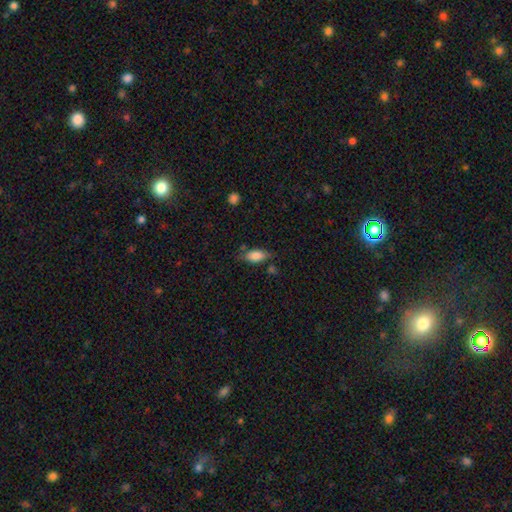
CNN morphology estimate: This appears to be a smooth galaxy with no disk features (80%) that is in between round and cigar-shaped (87%). Merging: none (66%).